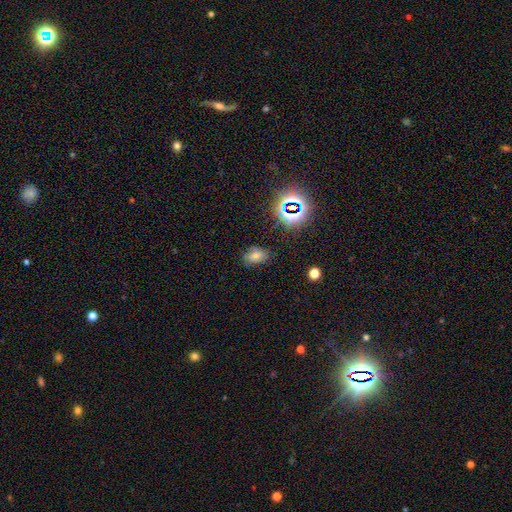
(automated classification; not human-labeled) smooth_or_featured: smooth (p=0.51) [alt: star or artifact p=0.36]
how_rounded: in between (p=0.80) [alt: round p=0.18]
merging: none (p=0.78) [alt: minor disturbance p=0.15]